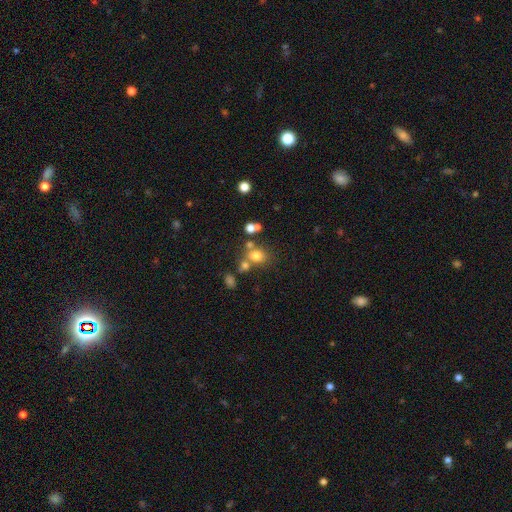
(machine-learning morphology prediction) This appears to be a smooth galaxy with no disk features (72%) that is round (67%). Merging: none (55%).